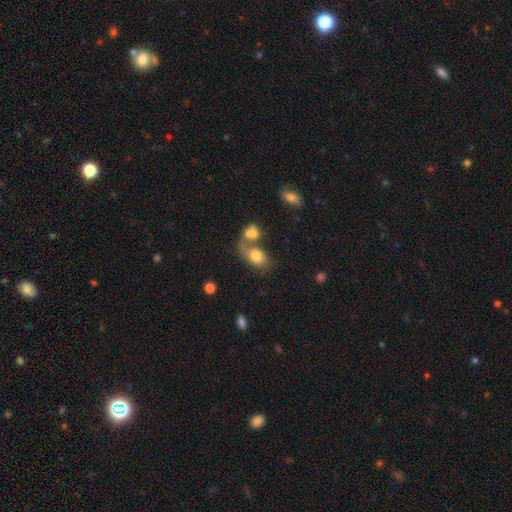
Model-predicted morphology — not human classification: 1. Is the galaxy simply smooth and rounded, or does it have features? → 72% smooth, 19% featured or disk, 9% star or artifact.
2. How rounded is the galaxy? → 79% in between, 19% round, 2% cigar-shaped.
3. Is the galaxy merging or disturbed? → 51% merger, 27% none, 11% major disturbance, 11% minor disturbance.